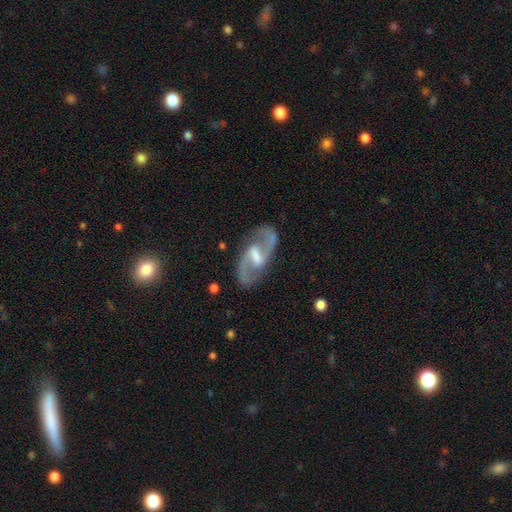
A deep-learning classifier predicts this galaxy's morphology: This is clearly a featured or disk galaxy (90%). It is clearly not viewed edge-on (97%). Bar: possibly weak (51%). Spiral arm pattern: clearly yes (97%). Spiral arm count: clearly 2 (94%). Spiral winding: possibly medium (58%). Central bulge: marginally moderate (43%). Merging: clearly none (83%).